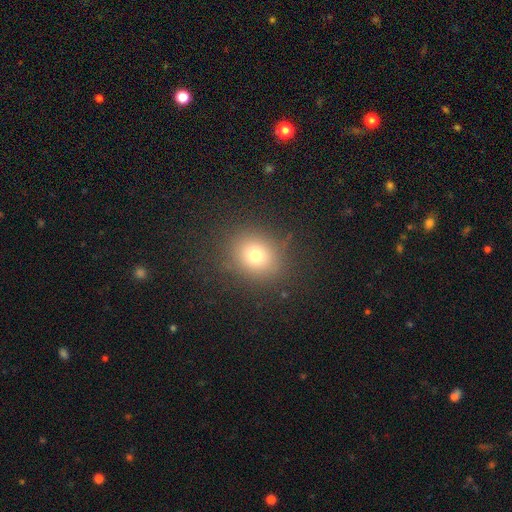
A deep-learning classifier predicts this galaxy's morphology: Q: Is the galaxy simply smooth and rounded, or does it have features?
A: smooth — 73%.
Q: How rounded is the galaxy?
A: round — 72%.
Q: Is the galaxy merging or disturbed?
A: none — 86%.